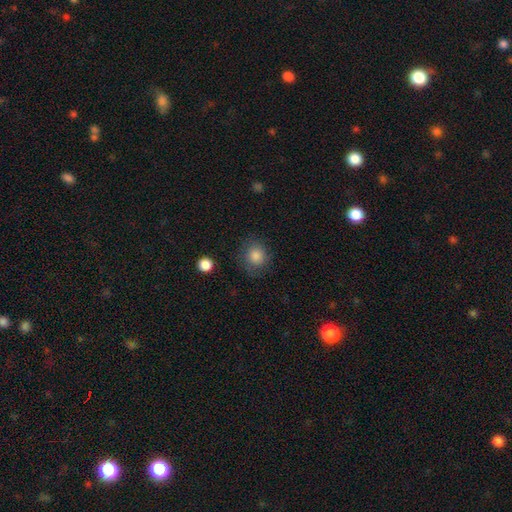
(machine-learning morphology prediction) smooth-or-featured: smooth: 85% | star or artifact: 9% | featured or disk: 6%
  how-rounded: round: 85% | in between: 14% | cigar-shaped: 1%
  merging: none: 80% | minor disturbance: 13% | major disturbance: 5% | merger: 1%